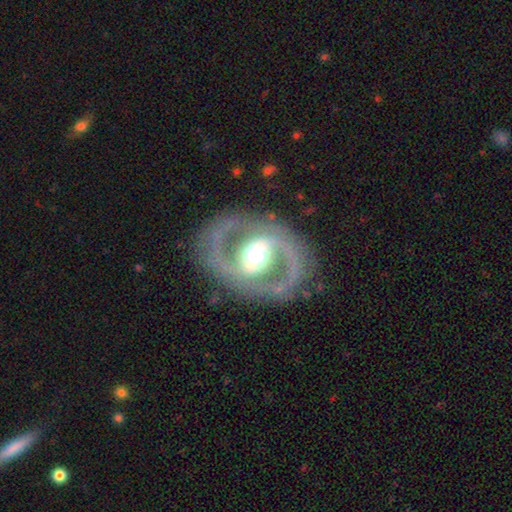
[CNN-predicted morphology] A featured or disk galaxy (86%) with a strong bar (45%), 2 (90%) medium (53%) spiral arms (81%) and a moderate central bulge (60%). Merging: none (82%).